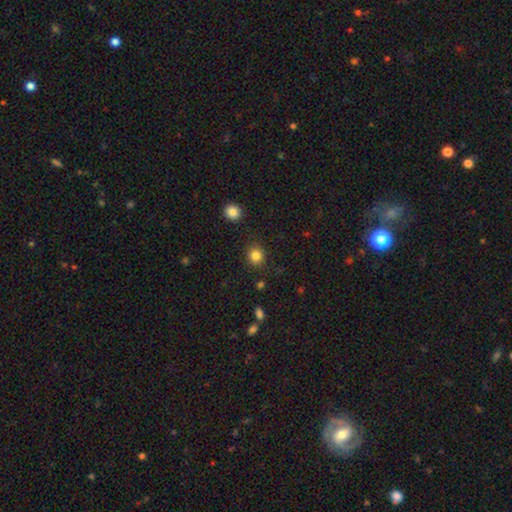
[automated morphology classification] Smooth or featured: smooth — 84% (star or artifact — 11%)
How rounded: round — 85% (in between — 14%)
Merging: none — 88% (minor disturbance — 8%)